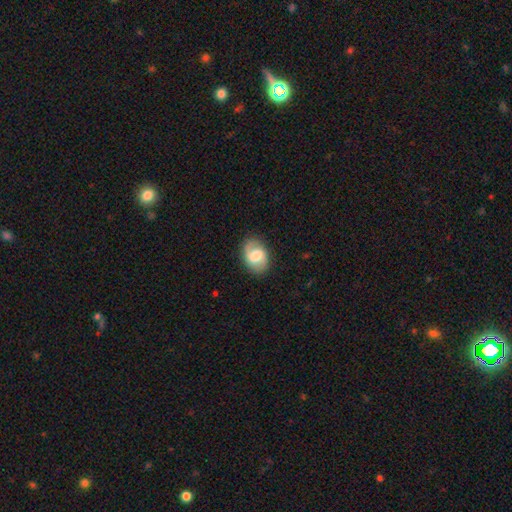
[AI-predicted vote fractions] Smooth or featured: featured or disk — 51% (smooth — 42%)
Edge-on disk: no — 96% (yes — 4%)
Merging: none — 81% (minor disturbance — 13%)